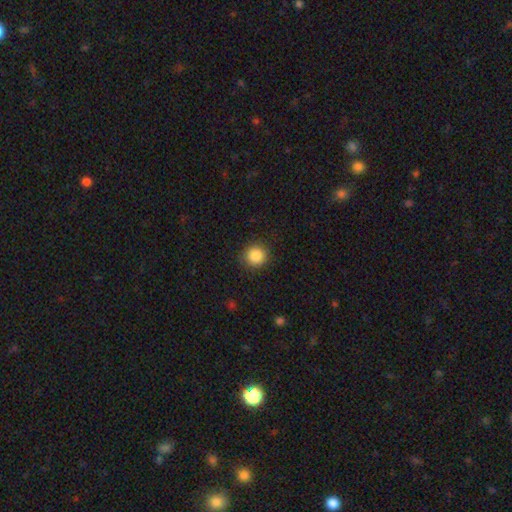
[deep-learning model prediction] A smooth galaxy with no disk features (86%) that is round (93%). Merging: none (90%).